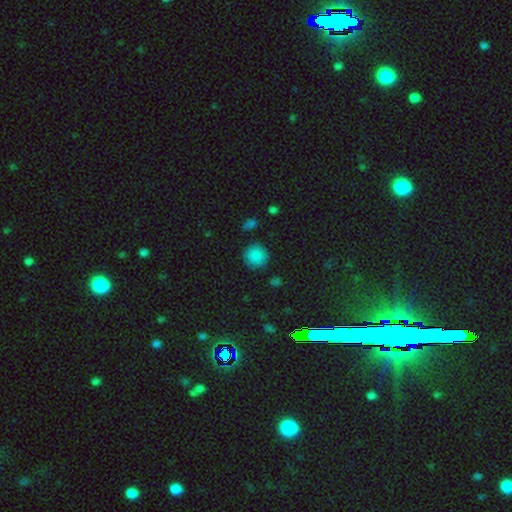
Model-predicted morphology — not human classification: smooth_or_featured: smooth (p=0.86) [alt: star or artifact p=0.10]
how_rounded: round (p=0.93) [alt: in between p=0.06]
merging: none (p=0.86) [alt: minor disturbance p=0.09]